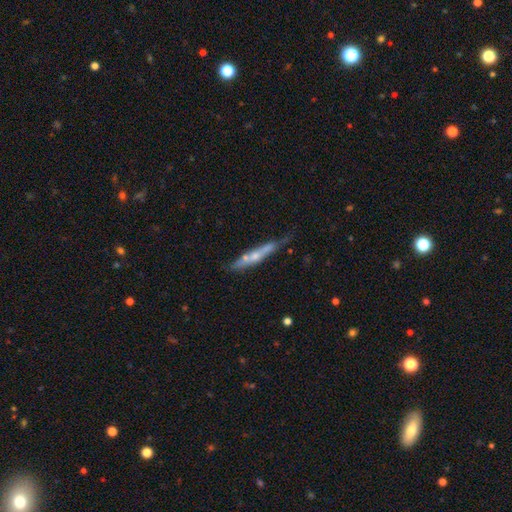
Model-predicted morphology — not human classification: Smooth or featured? featured or disk (55%)
Edge-on disk? yes (82%)
Merging? none (55%)